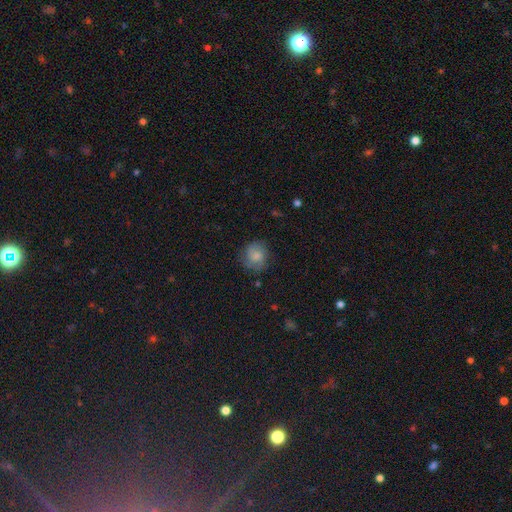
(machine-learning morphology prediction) This is likely a smooth galaxy (77%). How rounded: clearly round (80%). Merging: likely none (73%).